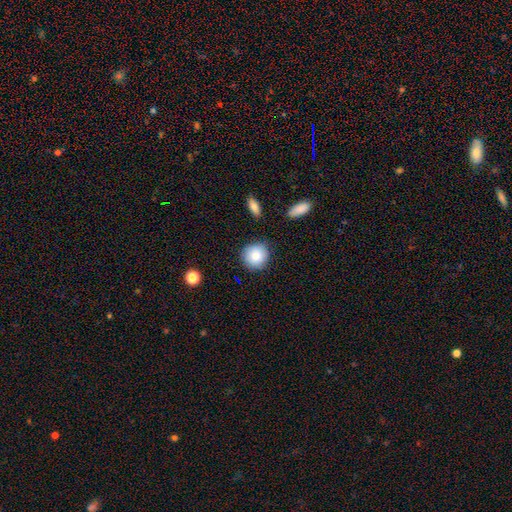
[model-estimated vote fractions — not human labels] A smooth galaxy with no disk features (83%) that is round (87%). Merging: none (82%).